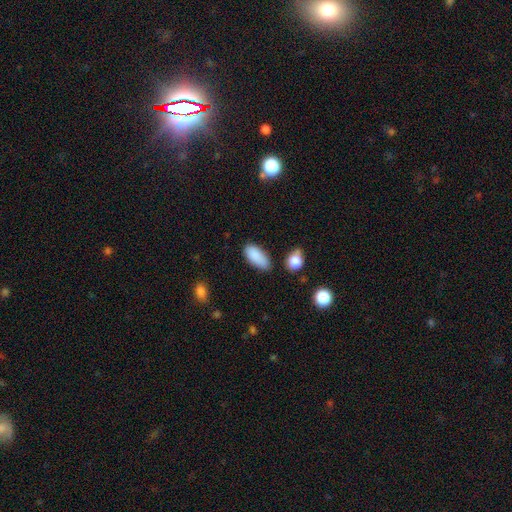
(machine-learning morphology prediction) smooth 87%, star or artifact 8%, featured or disk 5%. Down the decision tree: how rounded — in between (88%); merging — none (66%).